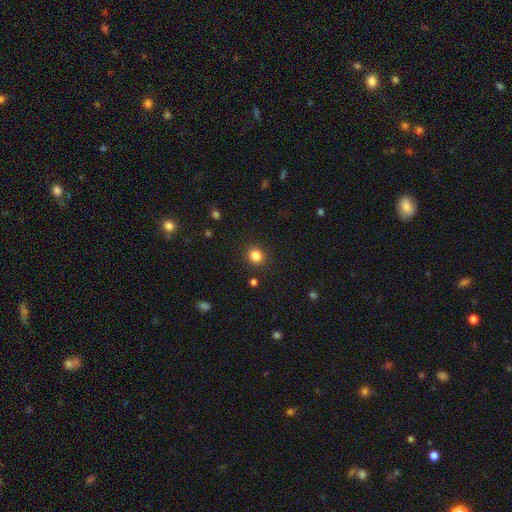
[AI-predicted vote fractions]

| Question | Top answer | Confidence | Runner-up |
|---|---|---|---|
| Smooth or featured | smooth | 84% | star or artifact (12%) |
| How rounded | round | 82% | in between (17%) |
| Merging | none | 89% | minor disturbance (7%) |